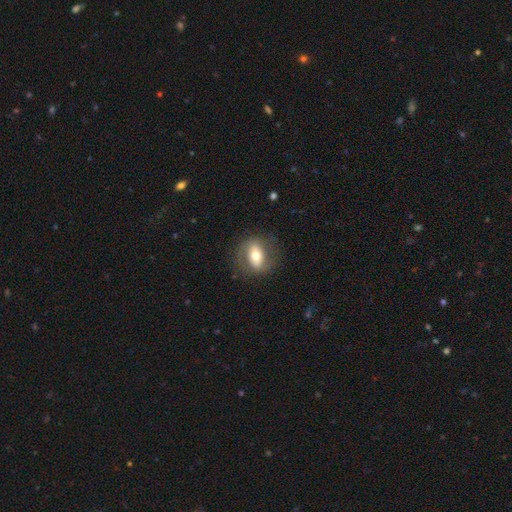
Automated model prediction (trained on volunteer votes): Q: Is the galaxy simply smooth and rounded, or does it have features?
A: smooth — 50%.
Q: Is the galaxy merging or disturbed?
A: none — 75%.